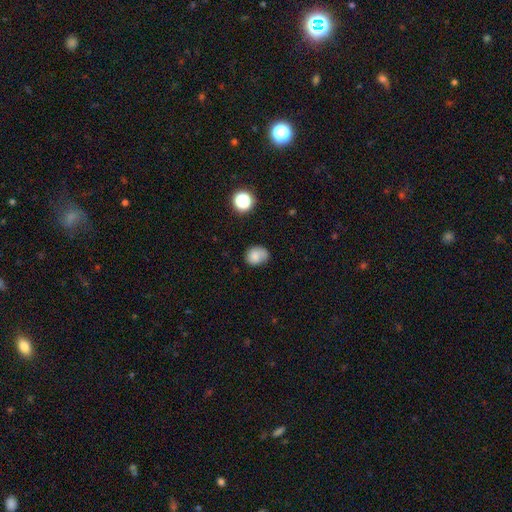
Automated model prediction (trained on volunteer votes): Smooth or featured: smooth — 73% (featured or disk — 16%)
How rounded: round — 58% (in between — 41%)
Merging: none — 56% (minor disturbance — 27%)